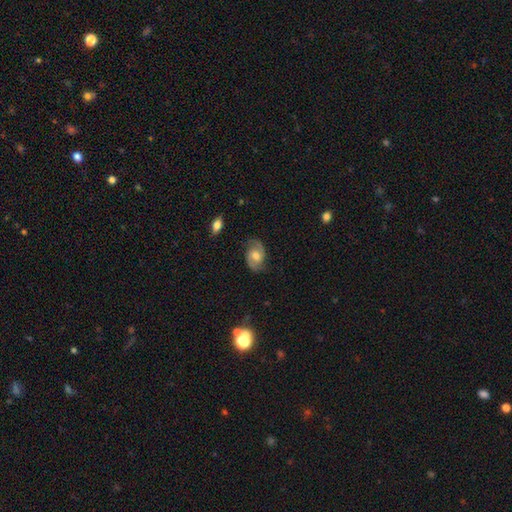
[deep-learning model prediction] Morphology: type=featured or disk (76%); edge-on=no (97%); bar=no (55%); spiral arms=yes (94%); winding=medium (51%); arm count=2 (91%); bulge=moderate (73%); merging=none (80%).